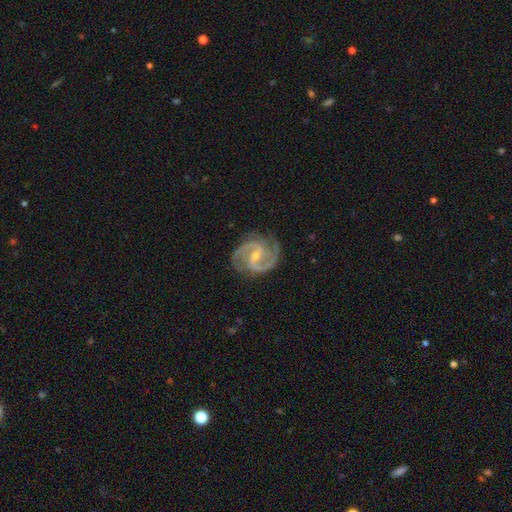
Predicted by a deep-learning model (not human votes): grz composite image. It shows a featured or disk galaxy (93%) with a weak bar (45%), 2 (78%) medium (59%) spiral arms (99%) and a small central bulge (62%). Merging: none (81%).